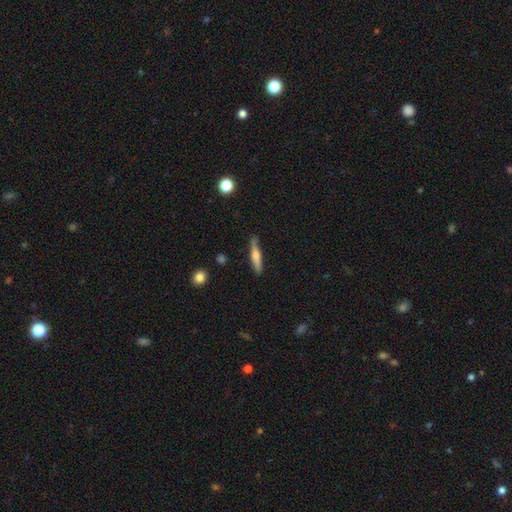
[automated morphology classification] The model was most divided on "smooth or featured": smooth: 49%, featured or disk: 45%, star or artifact: 6%. More confident: merging — none (80%).